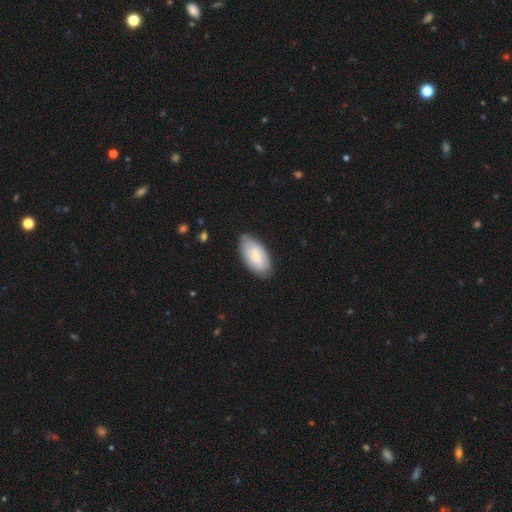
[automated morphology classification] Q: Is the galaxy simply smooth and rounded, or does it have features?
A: smooth — 52%.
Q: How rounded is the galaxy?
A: in between — 93%.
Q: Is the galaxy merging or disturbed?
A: none — 80%.